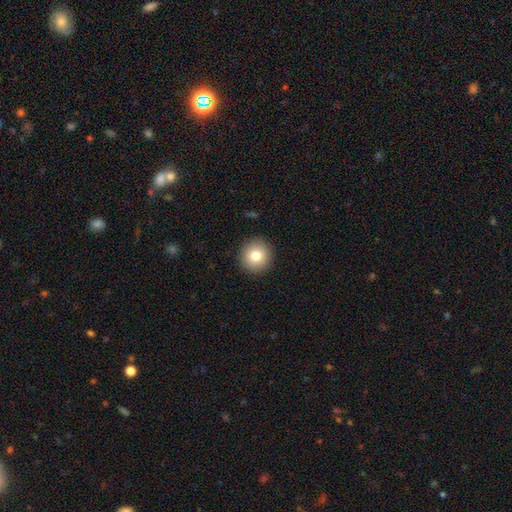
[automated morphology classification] A smooth galaxy with no disk features (79%) that is round (94%).

Vote fractions:
- Smooth or featured? smooth: 79% / featured or disk: 10% / star or artifact: 10%
- How rounded? round: 94% / in between: 5% / cigar-shaped: 1%
- Merging? none: 92% / minor disturbance: 6% / major disturbance: 2% / merger: 1%